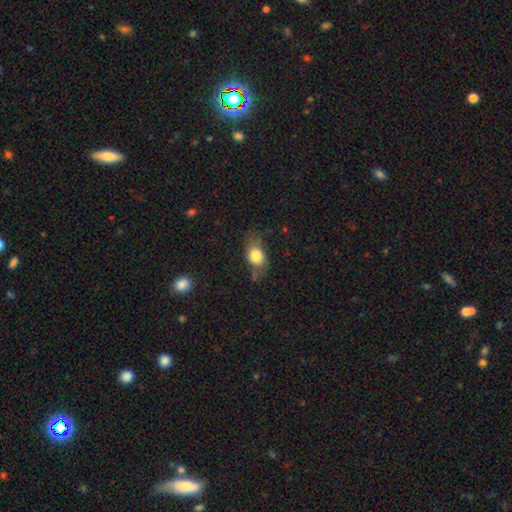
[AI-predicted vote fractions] Morphology: type=smooth (77%); roundness=in between (69%); merging=none (59%).